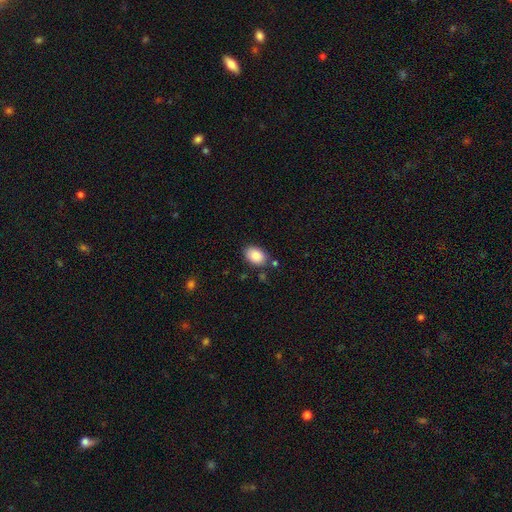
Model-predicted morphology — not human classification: This is clearly a smooth galaxy (88%). How rounded: clearly in between (86%). Merging: likely none (79%).